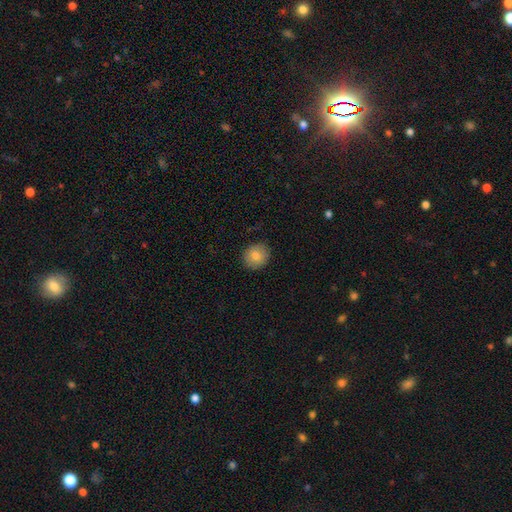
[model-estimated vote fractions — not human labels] The model was most divided on "how rounded": round: 82%, in between: 17%, cigar-shaped: 1%. More confident: merging — none (89%); smooth or featured — smooth (79%).